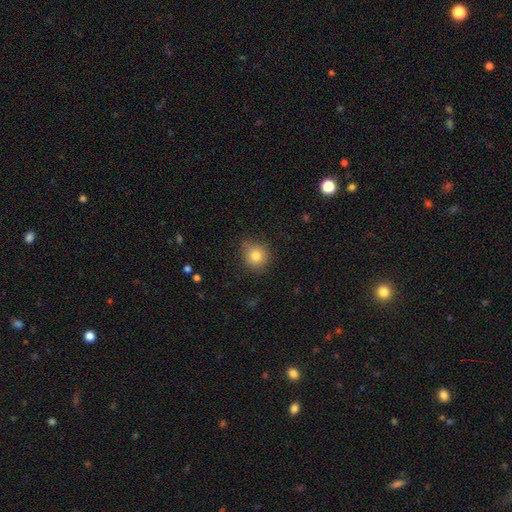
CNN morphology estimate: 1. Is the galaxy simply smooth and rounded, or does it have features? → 80% smooth, 11% star or artifact, 9% featured or disk.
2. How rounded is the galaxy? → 84% round, 15% in between, 1% cigar-shaped.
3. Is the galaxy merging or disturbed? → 74% none, 20% minor disturbance, 4% major disturbance, 1% merger.